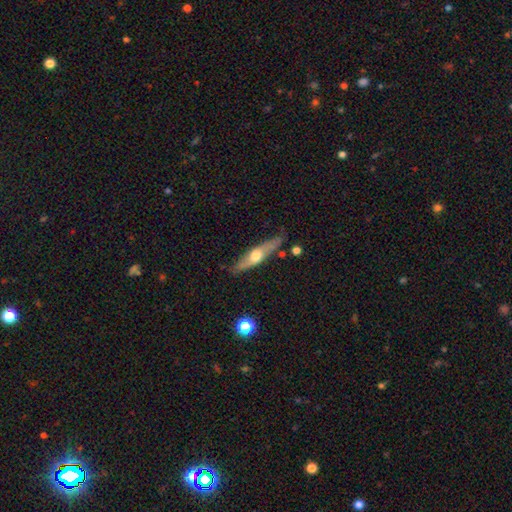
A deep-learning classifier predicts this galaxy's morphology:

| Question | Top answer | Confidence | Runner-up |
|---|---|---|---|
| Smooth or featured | featured or disk | 56% | smooth (38%) |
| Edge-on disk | yes | 85% | no (15%) |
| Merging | none | 78% | minor disturbance (15%) |